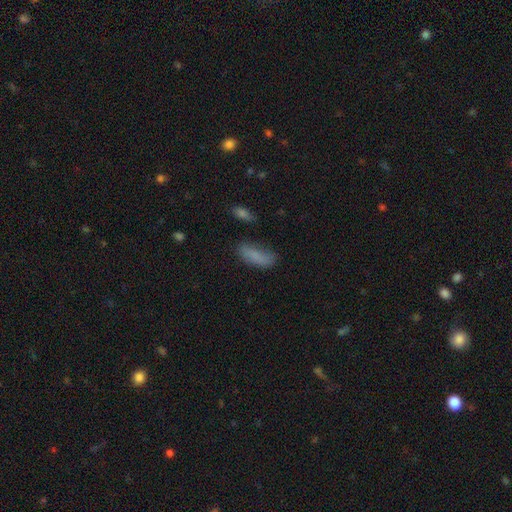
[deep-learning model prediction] smooth-or-featured: smooth: 81% | star or artifact: 9% | featured or disk: 9%
  how-rounded: in between: 67% | cigar-shaped: 30% | round: 3%
  merging: none: 63% | minor disturbance: 24% | major disturbance: 9% | merger: 4%